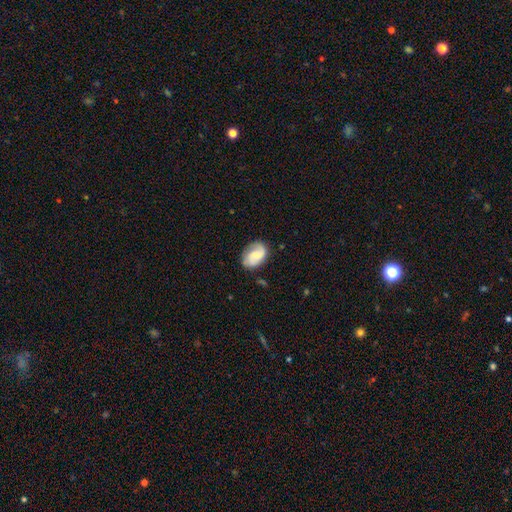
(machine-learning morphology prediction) type=featured or disk (52%); edge-on=no (97%); bar=no (51%); spiral arms=yes (90%); bulge=small (37%); merging=none (71%).